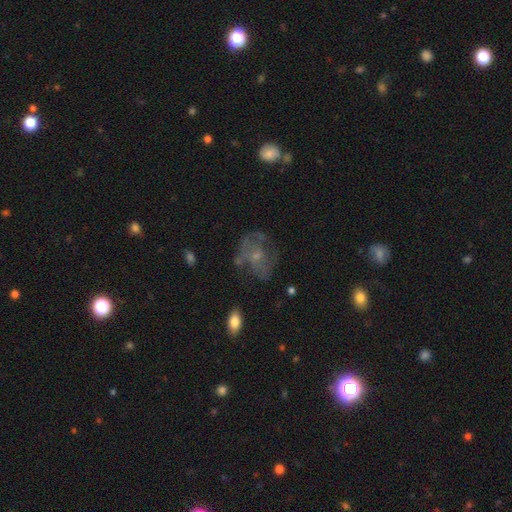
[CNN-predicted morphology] smooth_or_featured: featured or disk (p=0.58) [alt: smooth p=0.28]
disk_edge_on: no (p=0.97) [alt: yes p=0.03]
bar: no (p=0.79) [alt: weak p=0.18]
has_spiral_arms: no (p=0.53) [alt: yes p=0.47]
bulge_size: small (p=0.61) [alt: moderate p=0.23]
merging: none (p=0.50) [alt: major disturbance p=0.24]